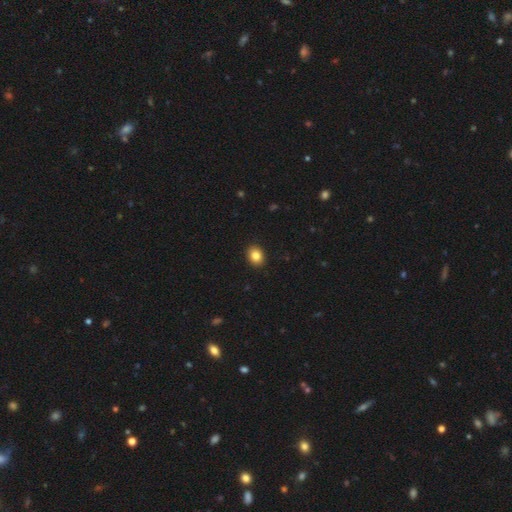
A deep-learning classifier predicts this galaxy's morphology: type=smooth (84%); roundness=round (50%); merging=none (92%).